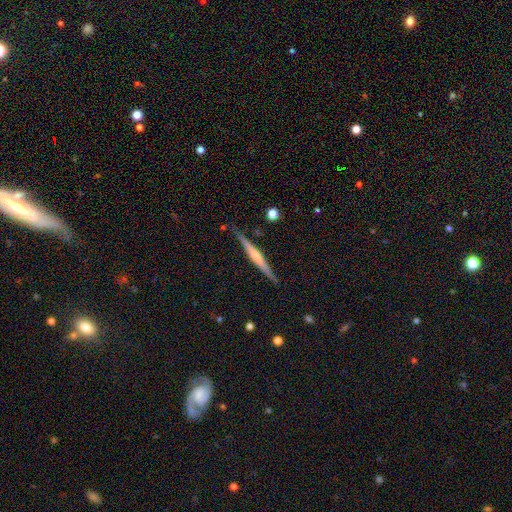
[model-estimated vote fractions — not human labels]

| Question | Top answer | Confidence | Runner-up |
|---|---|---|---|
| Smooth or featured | featured or disk | 69% | smooth (25%) |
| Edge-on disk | yes | 98% | no (2%) |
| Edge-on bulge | rounded | 66% | none (24%) |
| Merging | none | 87% | minor disturbance (10%) |